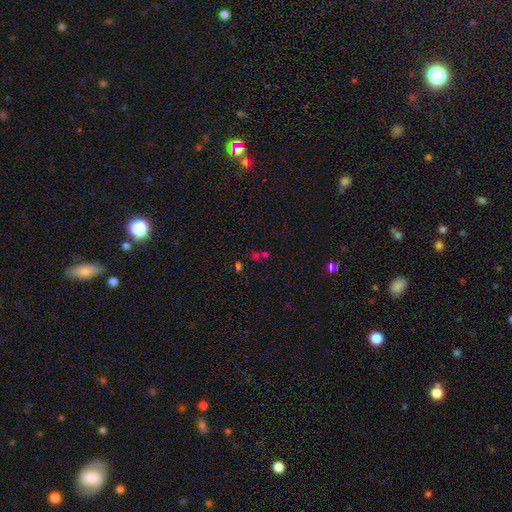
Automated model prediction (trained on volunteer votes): This is possibly a star or artifact rather than a galaxy (47%).